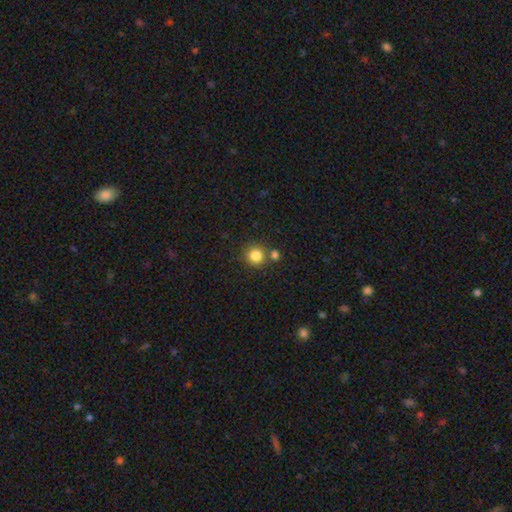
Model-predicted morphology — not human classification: smooth-or-featured: smooth: 83% | star or artifact: 11% | featured or disk: 6%
  how-rounded: round: 93% | in between: 6% | cigar-shaped: 1%
  merging: none: 75% | merger: 15% | minor disturbance: 7% | major disturbance: 3%